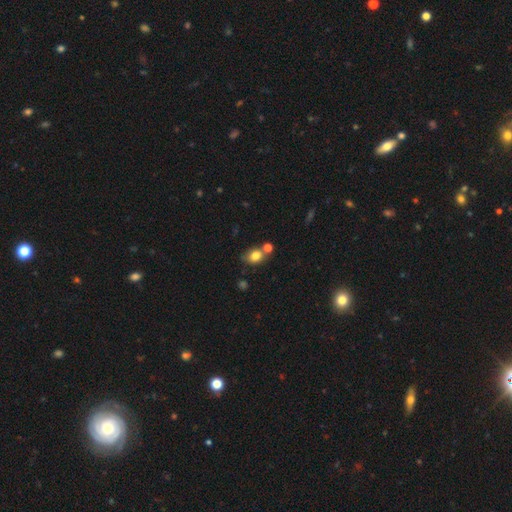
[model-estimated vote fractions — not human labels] Smooth or featured?
  - smooth: 80% *
  - star or artifact: 11%
  - featured or disk: 9%
How rounded?
  - in between: 55% *
  - round: 44%
  - cigar-shaped: 1%
Merging?
  - none: 55% *
  - merger: 23%
  - minor disturbance: 16%
  - major disturbance: 6%